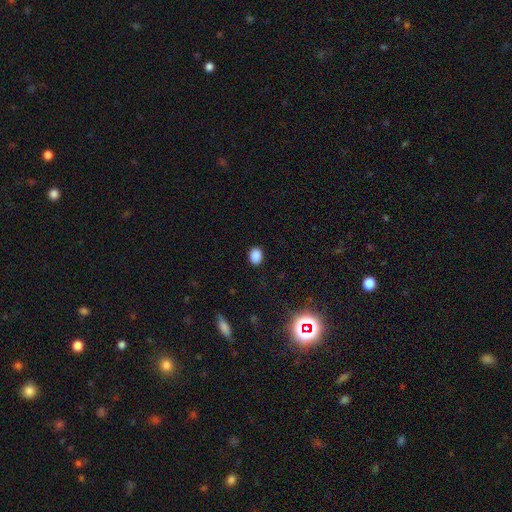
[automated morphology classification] smooth 85%, star or artifact 12%, featured or disk 3%. Down the decision tree: how rounded — in between (60%); merging — none (87%).